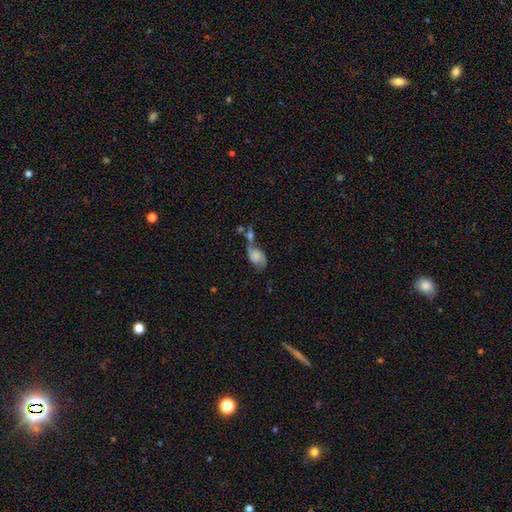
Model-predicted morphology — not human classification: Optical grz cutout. It shows a smooth galaxy with no disk features (46%). Merging: merger (42%).